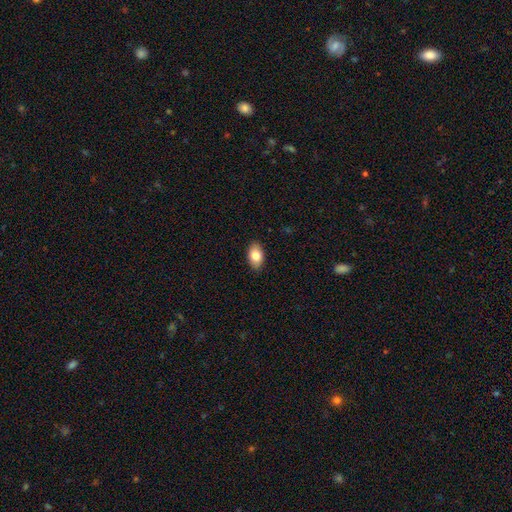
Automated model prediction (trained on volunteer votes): A smooth galaxy with no disk features (81%) that is in between round and cigar-shaped (91%).

Vote fractions:
- Smooth or featured? smooth: 81% / featured or disk: 12% / star or artifact: 7%
- How rounded? in between: 91% / round: 7% / cigar-shaped: 2%
- Merging? none: 88% / minor disturbance: 9% / major disturbance: 2% / merger: 1%